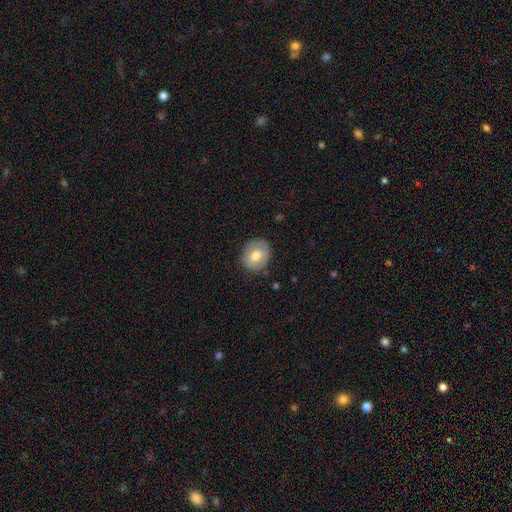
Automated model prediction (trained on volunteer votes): Smooth or featured? smooth (67%)
How rounded? round (65%)
Merging? none (80%)